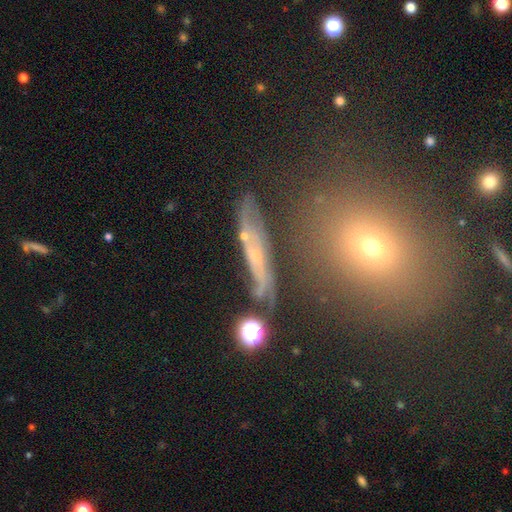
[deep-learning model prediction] Smooth or featured? featured or disk (57%)
Edge-on disk? no (52%)
Merging? none (67%)